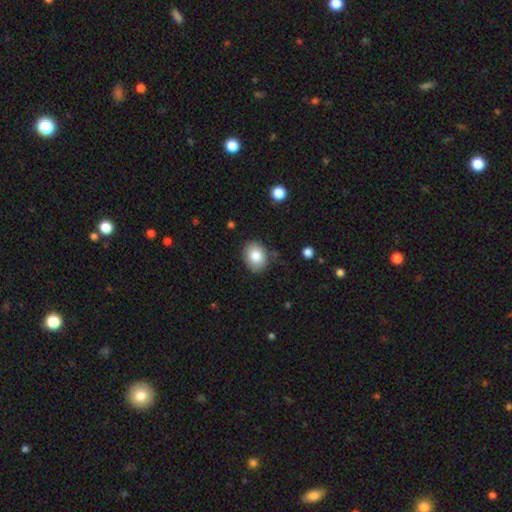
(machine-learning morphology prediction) This appears to be a smooth galaxy with no disk features (82%) that is in between round and cigar-shaped (62%). Merging: none (84%).